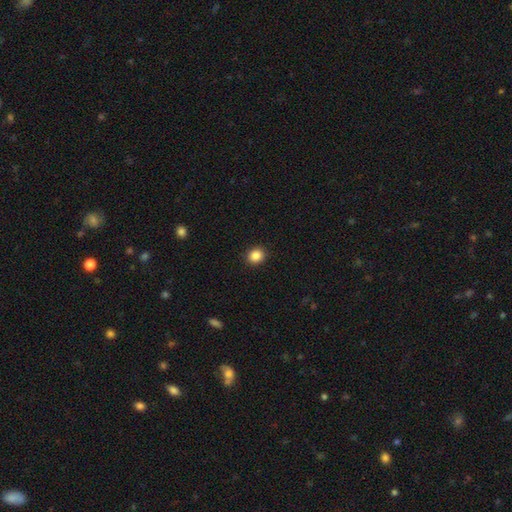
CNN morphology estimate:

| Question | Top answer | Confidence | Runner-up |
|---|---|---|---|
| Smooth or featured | smooth | 86% | star or artifact (10%) |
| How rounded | round | 78% | in between (21%) |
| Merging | none | 92% | minor disturbance (5%) |